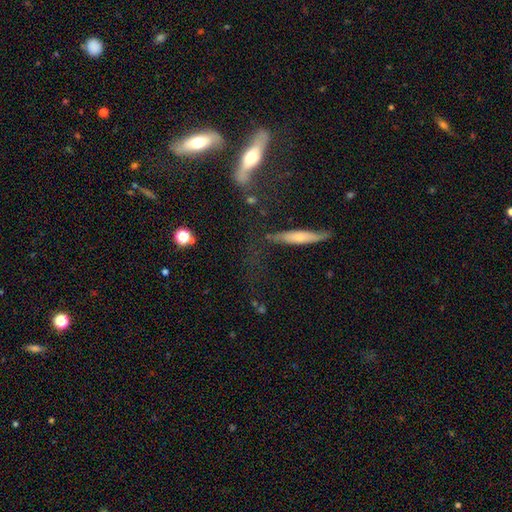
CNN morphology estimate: This appears to be a featured or disk galaxy (49%). Merging: none (45%).